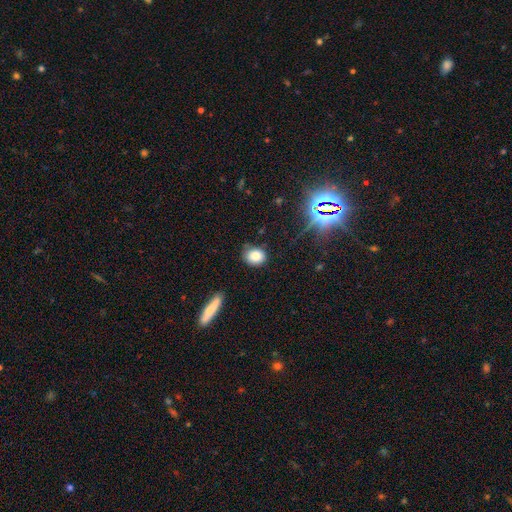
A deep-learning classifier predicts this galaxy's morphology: Smooth or featured? smooth (79%)
How rounded? round (54%)
Merging? none (78%)